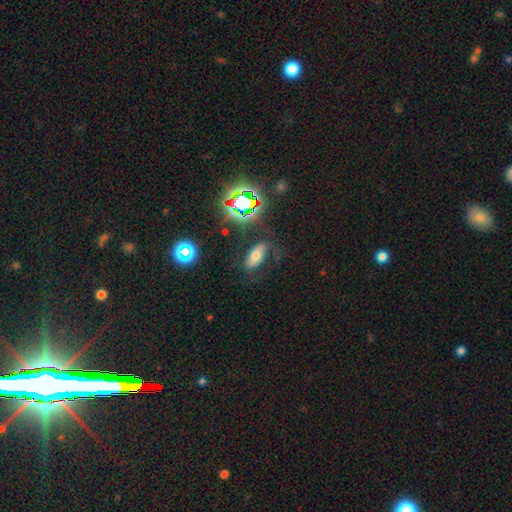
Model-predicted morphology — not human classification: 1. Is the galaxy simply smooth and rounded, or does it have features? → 50% smooth, 28% featured or disk, 21% star or artifact.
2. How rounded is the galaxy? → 84% in between, 9% cigar-shaped, 6% round.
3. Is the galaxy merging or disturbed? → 66% none, 18% minor disturbance, 13% major disturbance, 3% merger.